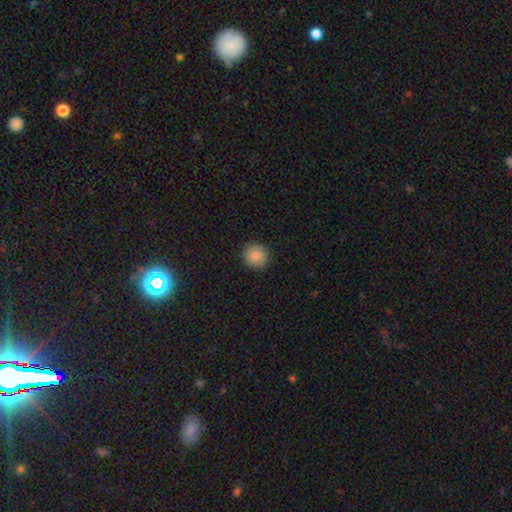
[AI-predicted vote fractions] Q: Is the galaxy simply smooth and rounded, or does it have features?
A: smooth — 86%.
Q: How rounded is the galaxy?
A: round — 91%.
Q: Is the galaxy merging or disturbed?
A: none — 91%.